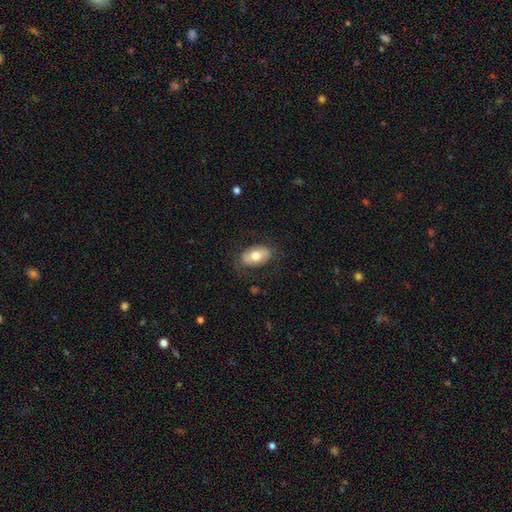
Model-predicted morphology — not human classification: smooth-or-featured: smooth: 70% | featured or disk: 24% | star or artifact: 6%
  how-rounded: in between: 91% | round: 7% | cigar-shaped: 2%
  merging: none: 78% | minor disturbance: 15% | major disturbance: 6% | merger: 1%